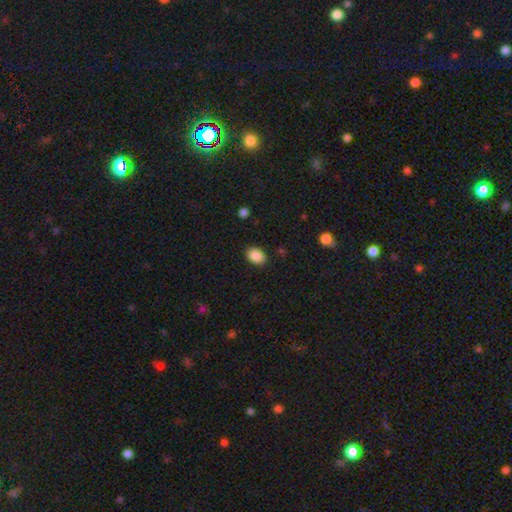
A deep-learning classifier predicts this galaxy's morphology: Q: Smooth or featured?
A: smooth (89%); runner-up: star or artifact (8%)
Q: How rounded?
A: in between (78%); runner-up: round (21%)
Q: Merging?
A: none (88%); runner-up: minor disturbance (8%)